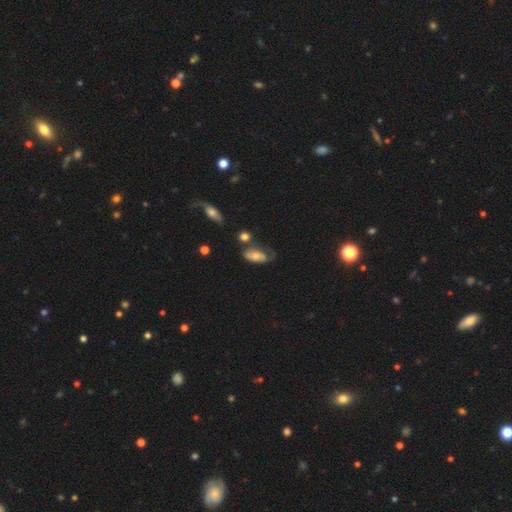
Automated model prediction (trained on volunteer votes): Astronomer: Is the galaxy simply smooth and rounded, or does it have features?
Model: smooth — 60%.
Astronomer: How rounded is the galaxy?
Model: in between — 89%.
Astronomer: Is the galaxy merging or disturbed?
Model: none — 36% (runner-up: minor disturbance, 32%).